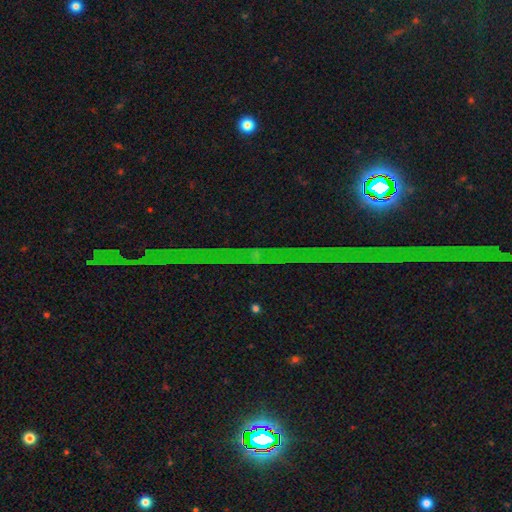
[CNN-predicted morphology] This is clearly a star or artifact rather than a galaxy (84%).